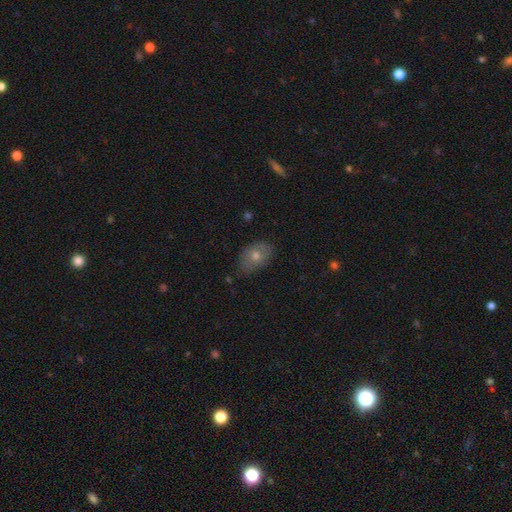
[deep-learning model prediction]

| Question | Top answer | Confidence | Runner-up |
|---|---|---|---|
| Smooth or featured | smooth | 65% | featured or disk (24%) |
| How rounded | in between | 83% | round (15%) |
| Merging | none | 77% | minor disturbance (18%) |